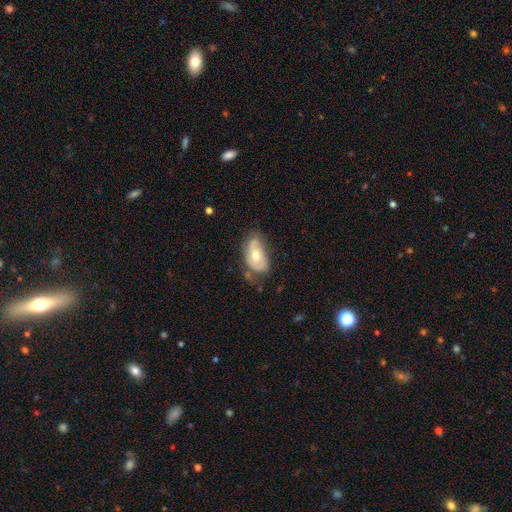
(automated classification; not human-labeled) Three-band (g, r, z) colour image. It shows a featured or disk galaxy (47%). Merging: none (48%).